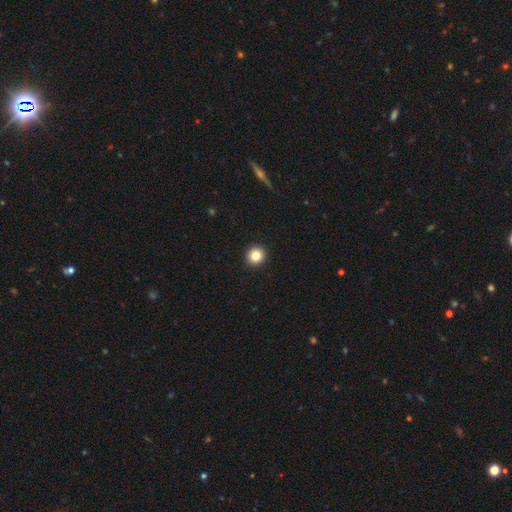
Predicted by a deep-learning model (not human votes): A smooth galaxy with no disk features (84%) that is round (93%).

Vote fractions:
- Smooth or featured? smooth: 84% / star or artifact: 10% / featured or disk: 6%
- How rounded? round: 93% / in between: 6% / cigar-shaped: 1%
- Merging? none: 94% / minor disturbance: 4% / major disturbance: 1% / merger: 1%